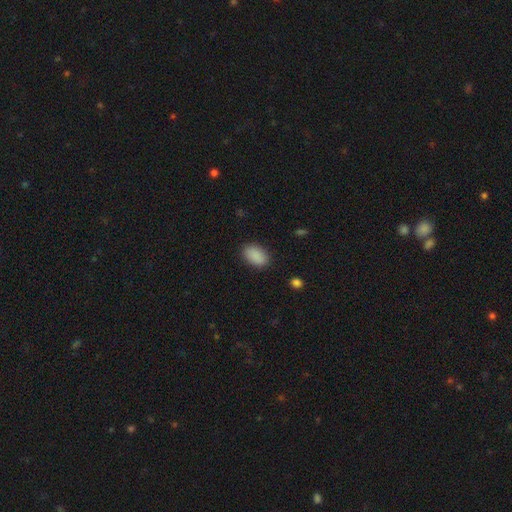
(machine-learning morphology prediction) A smooth galaxy with no disk features (90%) that is in between round and cigar-shaped (90%). Merging: none (86%).